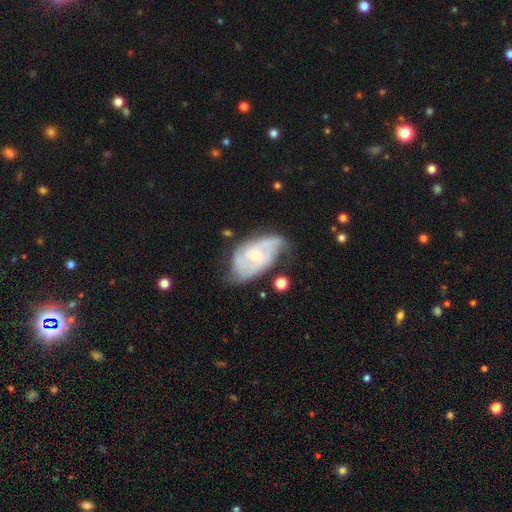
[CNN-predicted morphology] The model was most divided on "spiral winding": tight: 45%, medium: 38%, loose: 17%. Remaining: edge-on disk — no (95%); spiral arms — yes (89%); smooth or featured — featured or disk (79%); bar — no (69%); bulge size — small (58%); merging — none (52%); spiral arm count — 2 (38%).